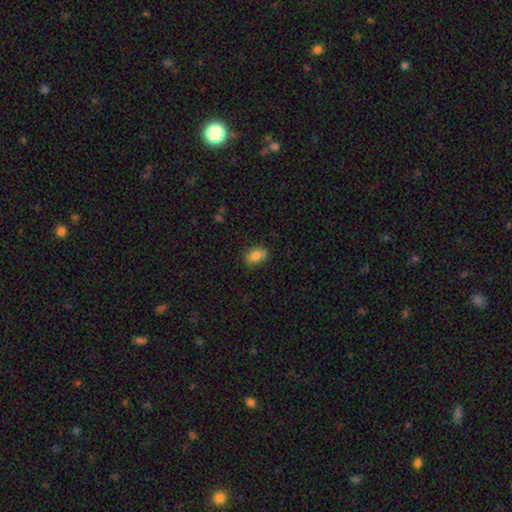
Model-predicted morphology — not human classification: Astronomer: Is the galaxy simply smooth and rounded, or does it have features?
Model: smooth — 82%.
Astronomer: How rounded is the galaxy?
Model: in between — 87%.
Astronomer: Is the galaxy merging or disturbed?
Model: none — 83%.